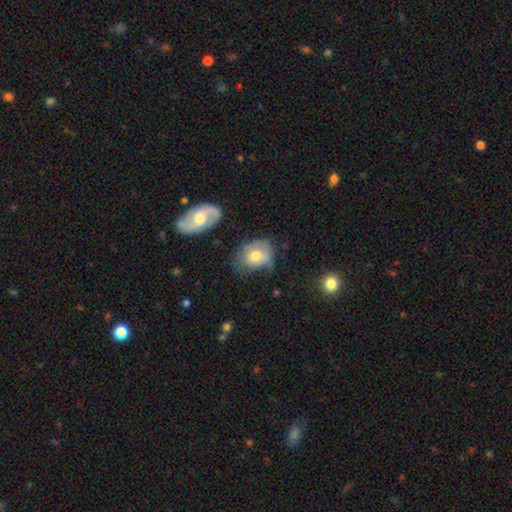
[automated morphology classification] The model was most divided on "merging": none: 39%, minor disturbance: 35%, major disturbance: 21%, merger: 5%. More confident: how rounded — in between (63%); smooth or featured — smooth (62%).